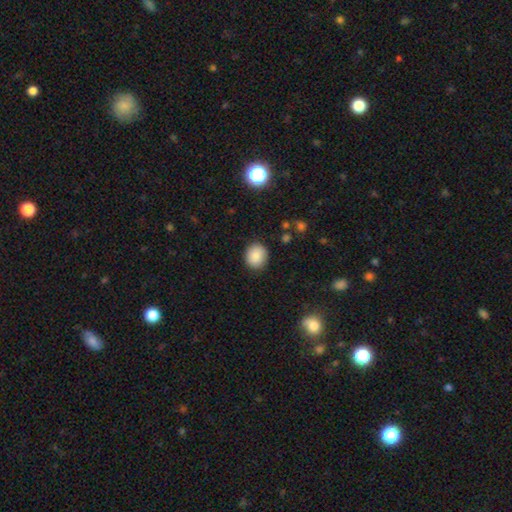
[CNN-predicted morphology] Smooth or featured: smooth — 86% (star or artifact — 8%)
How rounded: round — 68% (in between — 31%)
Merging: none — 87% (minor disturbance — 9%)